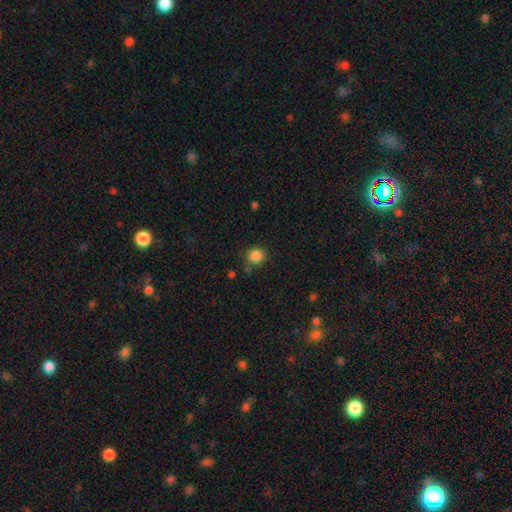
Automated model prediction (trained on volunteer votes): This appears to be a smooth galaxy with no disk features (86%) that is round (85%). Merging: none (78%).